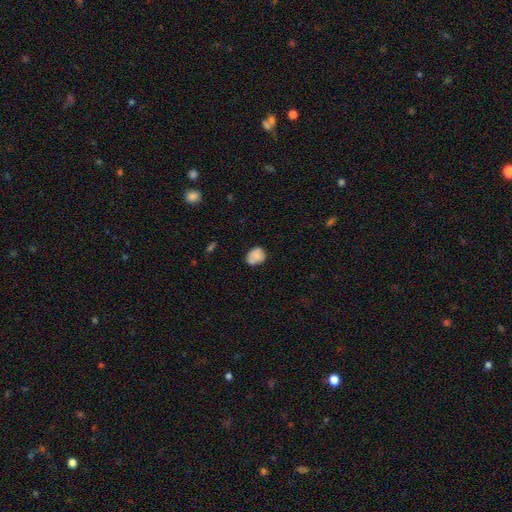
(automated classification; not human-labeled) smooth-or-featured: smooth: 77% | featured or disk: 14% | star or artifact: 8%
  how-rounded: round: 57% | in between: 42% | cigar-shaped: 1%
  merging: none: 58% | minor disturbance: 26% | merger: 10% | major disturbance: 6%